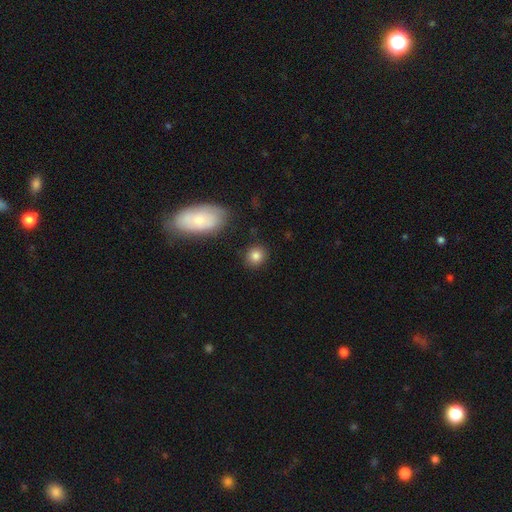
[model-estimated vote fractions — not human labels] This appears to be a smooth galaxy with no disk features (83%) that is round (79%). Merging: none (86%).